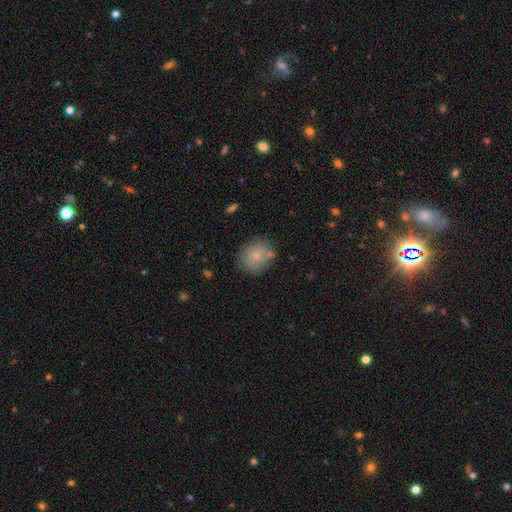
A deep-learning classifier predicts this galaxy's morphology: smooth 76%, featured or disk 14%, star or artifact 9%. Down the decision tree: how rounded — round (70%); merging — none (75%).